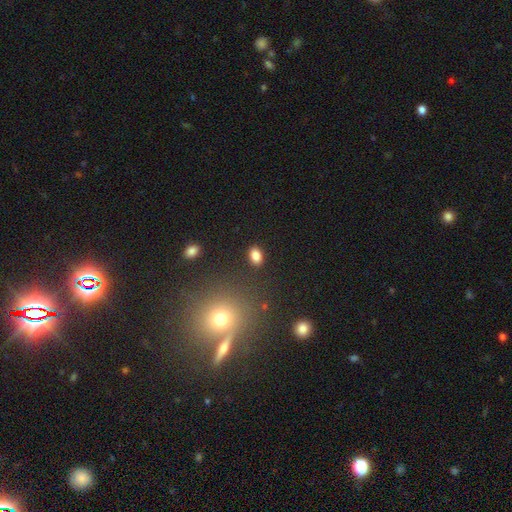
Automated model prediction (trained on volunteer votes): Smooth or featured: smooth — 84% (star or artifact — 10%)
How rounded: in between — 83% (round — 15%)
Merging: none — 87% (minor disturbance — 8%)